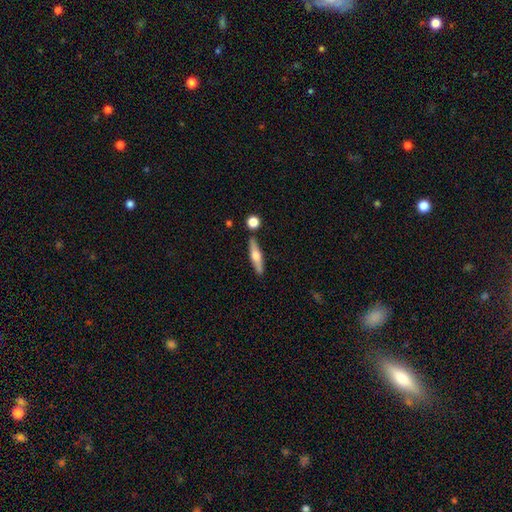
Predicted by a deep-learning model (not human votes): smooth_or_featured: featured or disk (p=0.51) [alt: smooth p=0.43]
disk_edge_on: yes (p=0.94) [alt: no p=0.06]
merging: none (p=0.83) [alt: minor disturbance p=0.09]